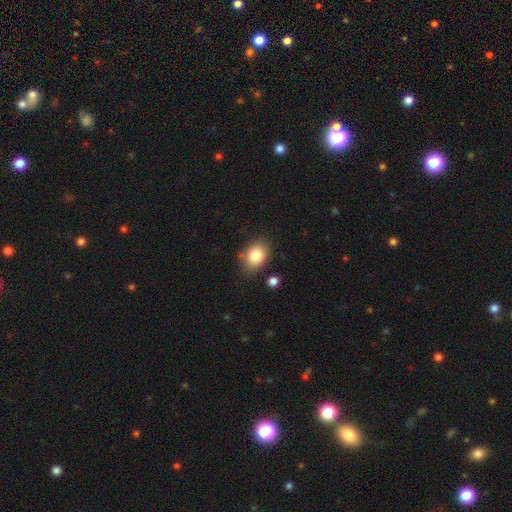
smooth 87%, featured or disk 8%, star or artifact 5%. Down the decision tree: how rounded — in between (82%); merging — none (78%).